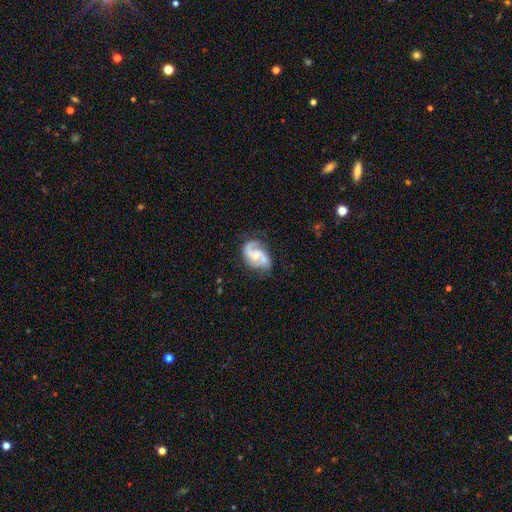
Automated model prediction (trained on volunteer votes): This is clearly a featured or disk galaxy (83%). It is clearly not viewed edge-on (97%). Bar: possibly no (59%). Spiral arm pattern: clearly yes (94%). Spiral arm count: clearly 2 (81%). Spiral winding: possibly medium (50%). Central bulge: possibly moderate (58%). Merging: possibly none (60%).